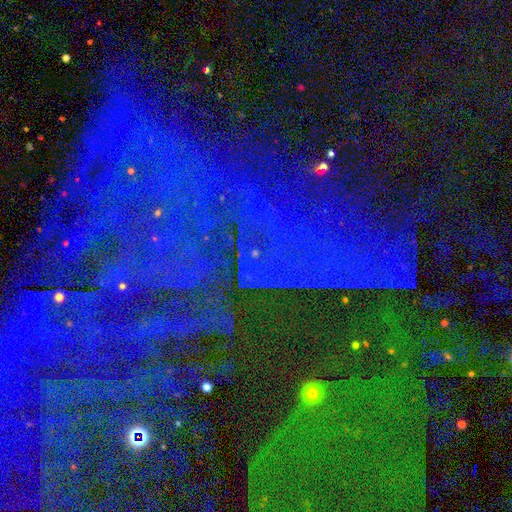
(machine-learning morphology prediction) smooth_or_featured: star or artifact (p=0.82) [alt: featured or disk p=0.10]